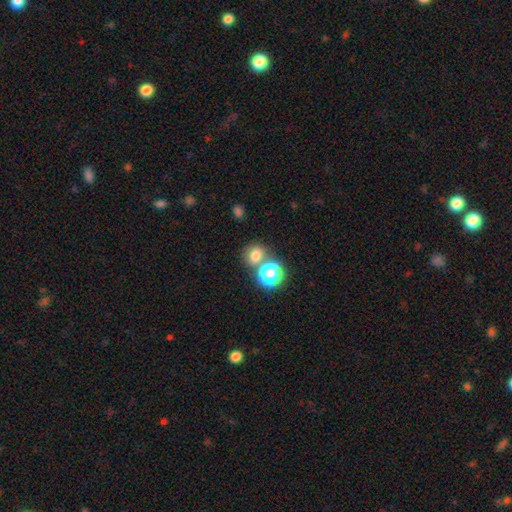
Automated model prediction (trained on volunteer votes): This is likely a smooth galaxy (72%). How rounded: likely round (69%). Merging: possibly none (58%).